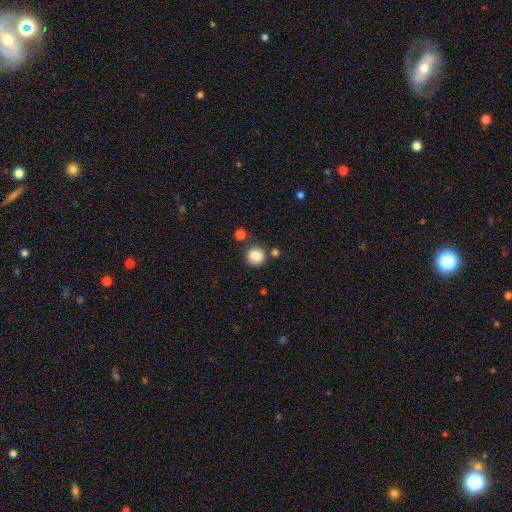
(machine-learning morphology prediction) The model was most divided on "merging": none: 74%, minor disturbance: 14%, merger: 8%, major disturbance: 4%. More confident: how rounded — round (84%); smooth or featured — smooth (84%).